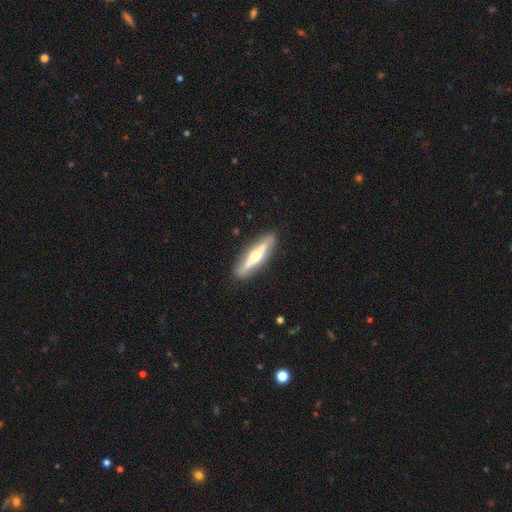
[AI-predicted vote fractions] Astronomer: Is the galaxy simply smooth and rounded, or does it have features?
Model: featured or disk — 64%.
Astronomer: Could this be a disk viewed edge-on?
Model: yes — 89%.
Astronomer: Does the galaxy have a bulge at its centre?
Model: rounded — 92%.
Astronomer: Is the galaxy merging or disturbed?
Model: none — 89%.